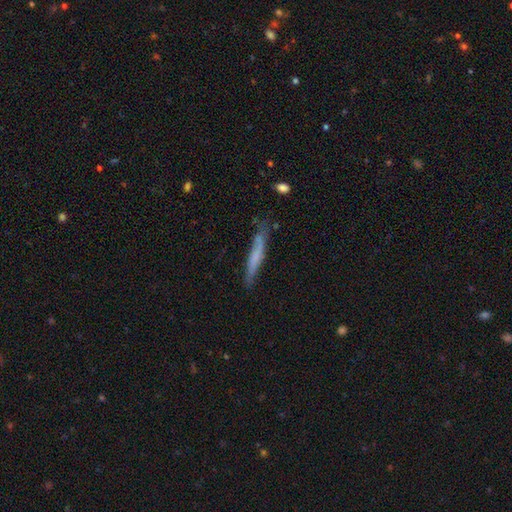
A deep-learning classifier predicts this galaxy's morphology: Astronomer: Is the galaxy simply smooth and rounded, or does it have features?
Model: smooth — 54% (runner-up: featured or disk, 40%).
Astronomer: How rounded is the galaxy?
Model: cigar-shaped — 94%.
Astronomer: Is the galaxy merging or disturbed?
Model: none — 68%.